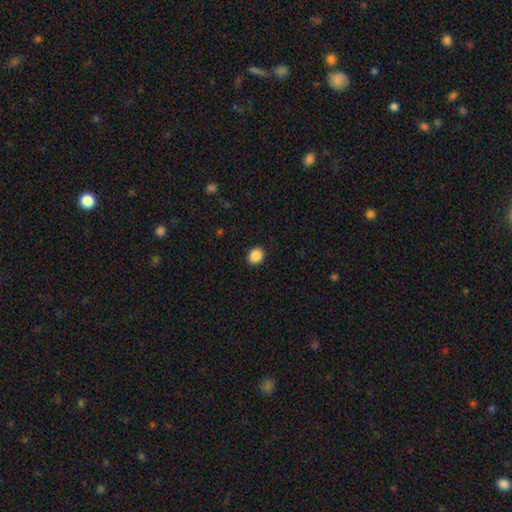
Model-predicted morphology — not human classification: This is clearly a smooth galaxy (88%). How rounded: likely round (72%). Merging: clearly none (92%).